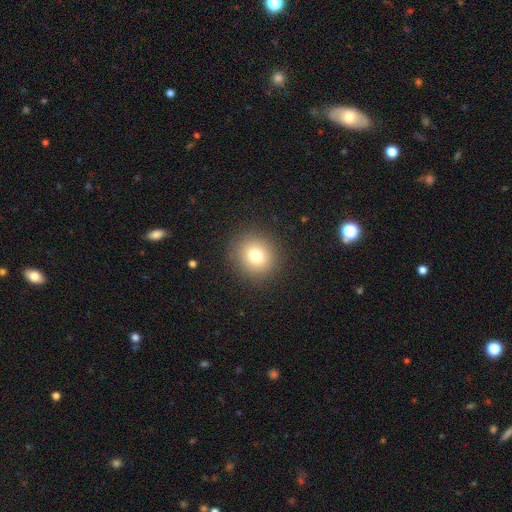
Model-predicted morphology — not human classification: Smooth or featured? smooth (77%)
How rounded? round (88%)
Merging? none (90%)